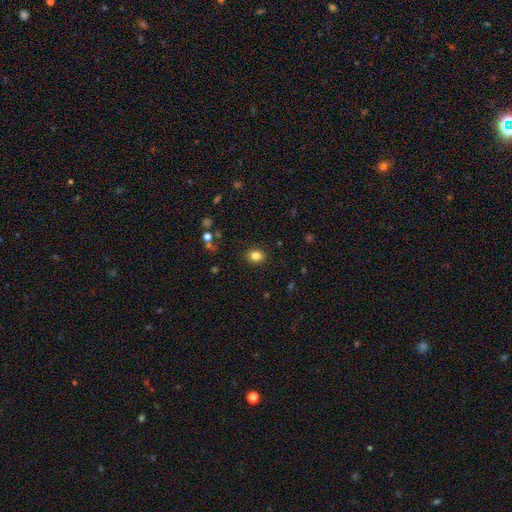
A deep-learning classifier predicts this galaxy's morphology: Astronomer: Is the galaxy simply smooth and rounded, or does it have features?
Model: smooth — 83%.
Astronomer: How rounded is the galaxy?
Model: in between — 52% (runner-up: round, 47%).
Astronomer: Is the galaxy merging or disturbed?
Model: none — 88%.